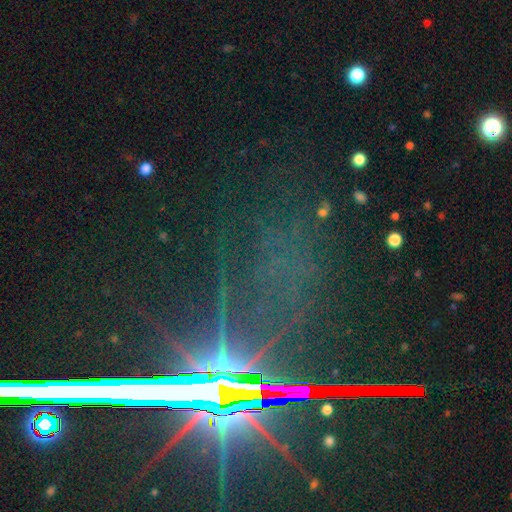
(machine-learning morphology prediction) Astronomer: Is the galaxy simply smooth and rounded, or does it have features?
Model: star or artifact — 75%.